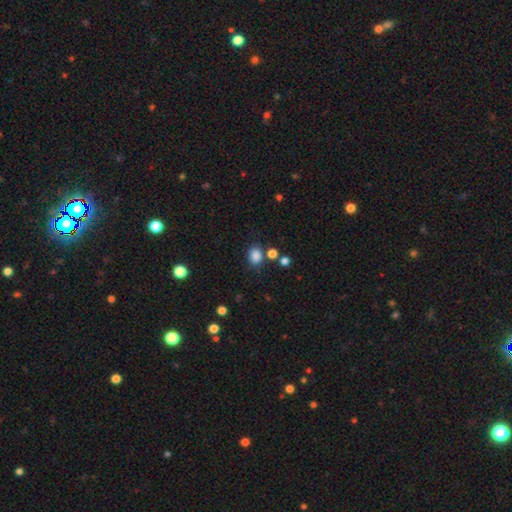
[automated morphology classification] type=smooth (84%); roundness=in between (57%); merging=none (74%).